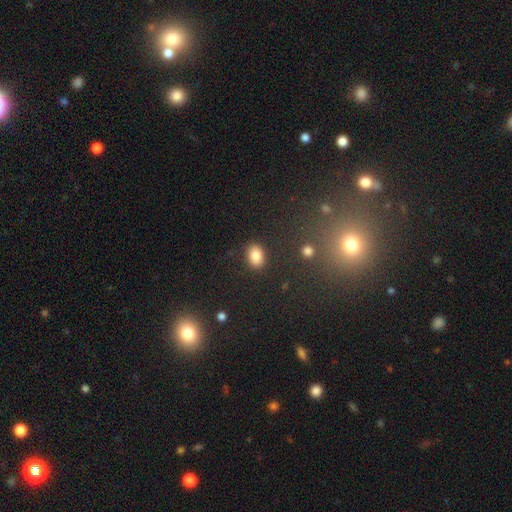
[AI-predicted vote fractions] Smooth or featured? Predicted: smooth (p=0.86). How rounded? Predicted: in between (p=0.76). Merging? Predicted: none (p=0.85).